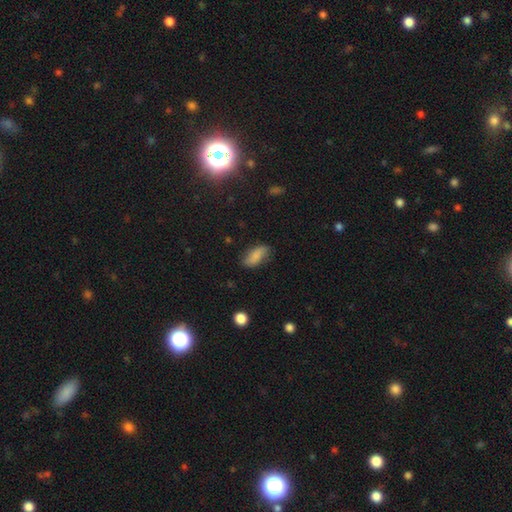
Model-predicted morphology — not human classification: smooth 80%, featured or disk 12%, star or artifact 8%. Down the decision tree: how rounded — in between (85%); merging — none (75%).